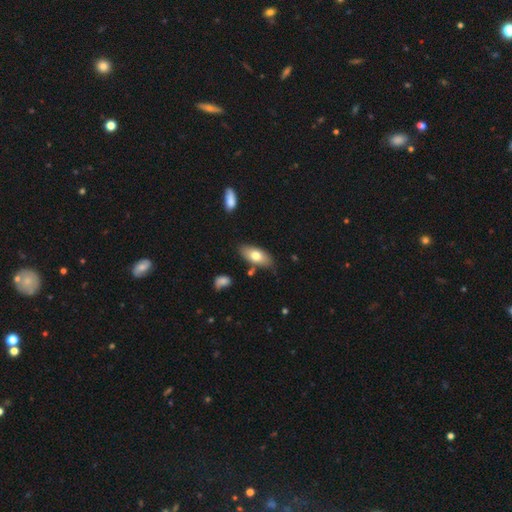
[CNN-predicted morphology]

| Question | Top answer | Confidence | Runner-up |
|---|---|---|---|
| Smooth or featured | smooth | 71% | featured or disk (22%) |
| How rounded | in between | 85% | cigar-shaped (12%) |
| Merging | none | 78% | minor disturbance (15%) |